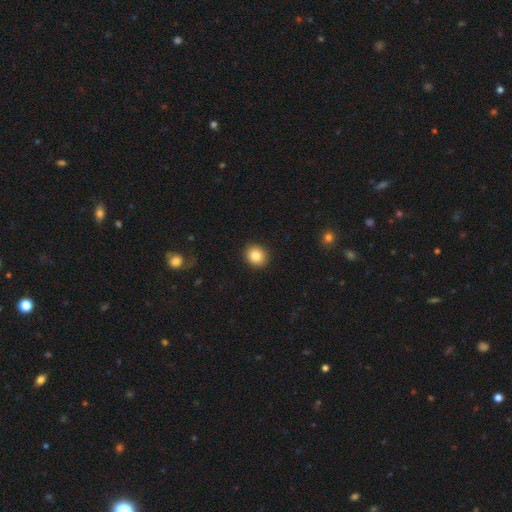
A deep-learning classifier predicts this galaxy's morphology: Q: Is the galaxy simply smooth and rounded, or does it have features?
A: smooth — 84%.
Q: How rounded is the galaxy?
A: round — 78%.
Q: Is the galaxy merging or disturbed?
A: none — 91%.